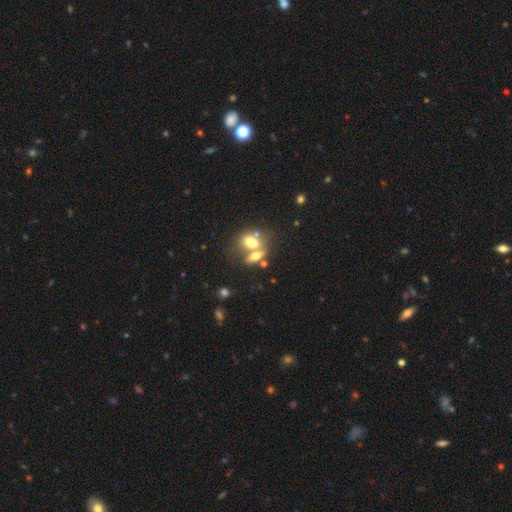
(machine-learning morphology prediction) This is likely a smooth galaxy (63%). How rounded: likely in between (74%). Merging: possibly merger (54%).